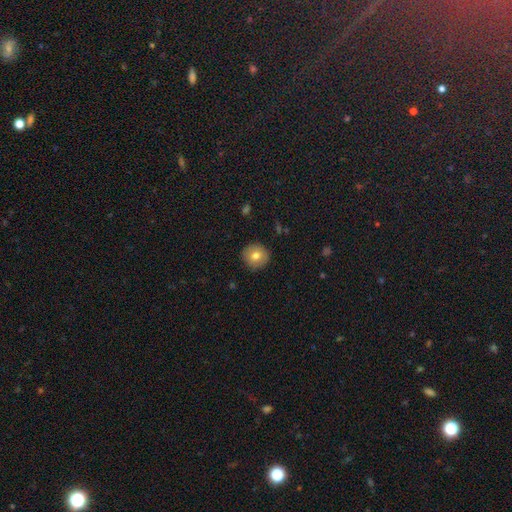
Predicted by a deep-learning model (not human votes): smooth 75%, featured or disk 16%, star or artifact 9%. Down the decision tree: how rounded — round (92%); merging — none (90%).